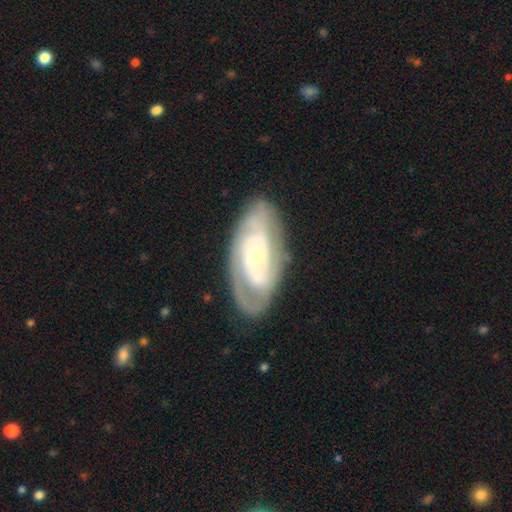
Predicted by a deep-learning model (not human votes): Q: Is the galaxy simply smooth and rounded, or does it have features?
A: featured or disk — 83%.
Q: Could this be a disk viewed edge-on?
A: no — 94%.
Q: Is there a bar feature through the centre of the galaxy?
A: no — 63%.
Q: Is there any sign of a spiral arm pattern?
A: yes — 90%.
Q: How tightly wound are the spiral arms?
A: tight — 62%.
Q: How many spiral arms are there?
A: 2 — 45%.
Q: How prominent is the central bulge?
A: small — 57%.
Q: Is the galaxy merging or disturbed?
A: none — 77%.